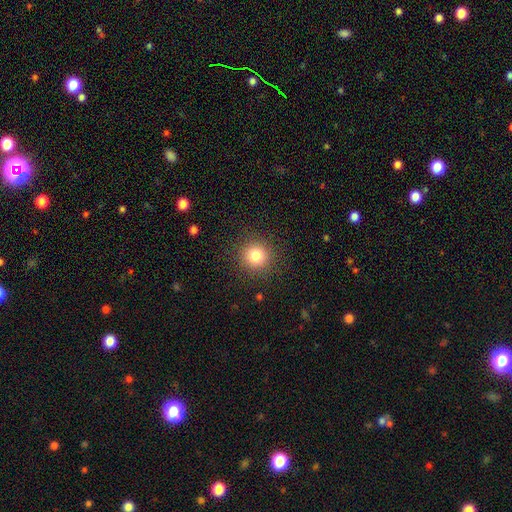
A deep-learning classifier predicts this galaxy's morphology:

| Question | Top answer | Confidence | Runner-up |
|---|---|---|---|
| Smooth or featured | smooth | 81% | star or artifact (12%) |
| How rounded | round | 94% | in between (5%) |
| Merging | none | 90% | minor disturbance (6%) |